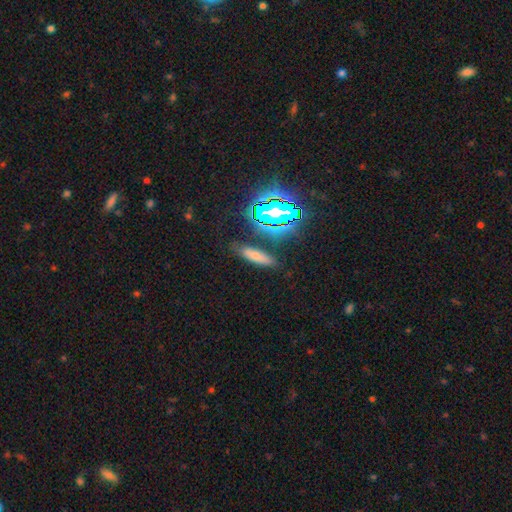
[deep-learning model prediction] A smooth galaxy with no disk features (62%) that is cigar-shaped (57%). Merging: none (83%).